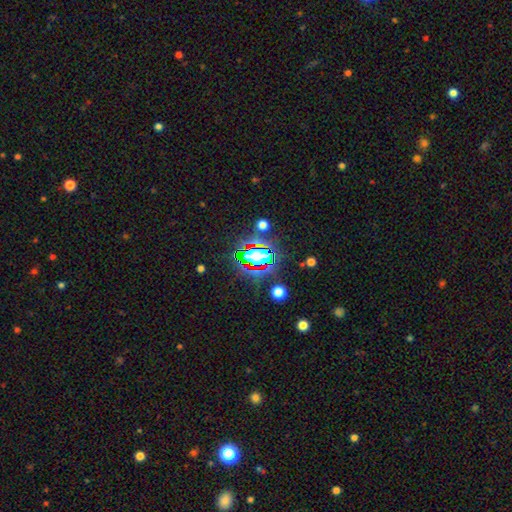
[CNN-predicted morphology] A star or artifact, not a galaxy (64%).

Vote fractions:
- Smooth or featured? star or artifact: 64% / smooth: 23% / featured or disk: 13%